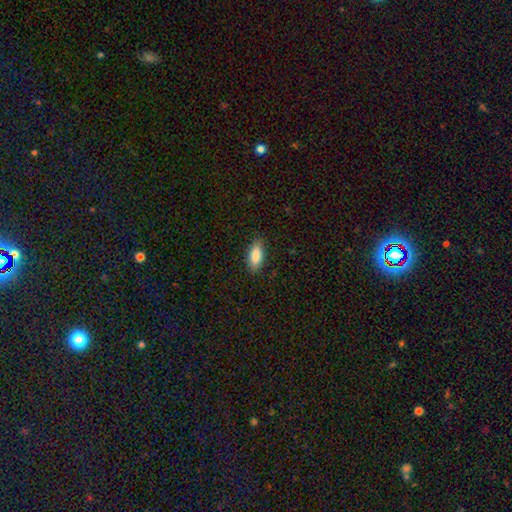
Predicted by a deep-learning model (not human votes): A smooth galaxy with no disk features (86%) that is in between round and cigar-shaped (84%).

Vote fractions:
- Smooth or featured? smooth: 86% / featured or disk: 8% / star or artifact: 6%
- How rounded? in between: 84% / cigar-shaped: 14% / round: 2%
- Merging? none: 86% / minor disturbance: 11% / major disturbance: 2% / merger: 1%